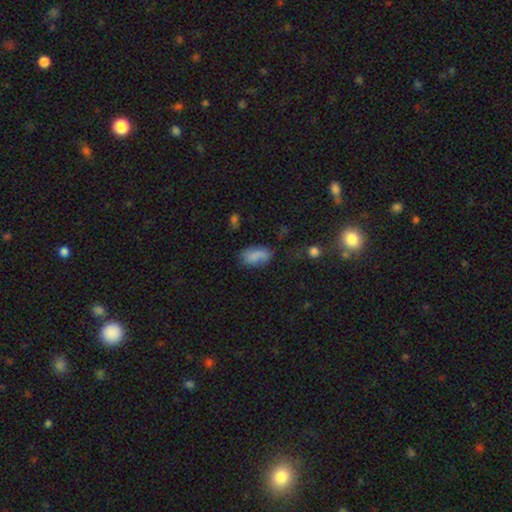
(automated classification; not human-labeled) smooth 81%, star or artifact 10%, featured or disk 9%. Down the decision tree: how rounded — in between (92%); merging — none (57%).